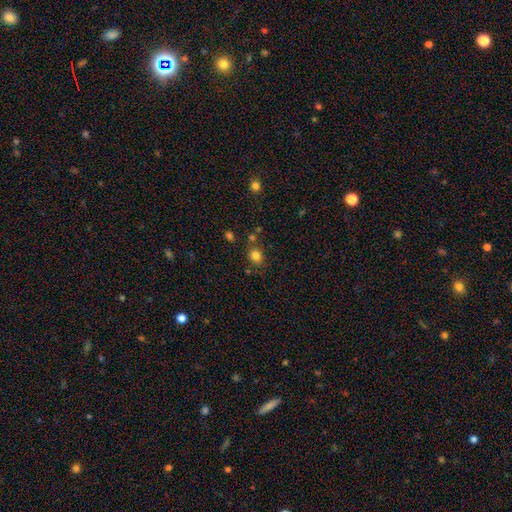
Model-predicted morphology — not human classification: A smooth galaxy with no disk features (81%) that is round (68%). Merging: none (75%).